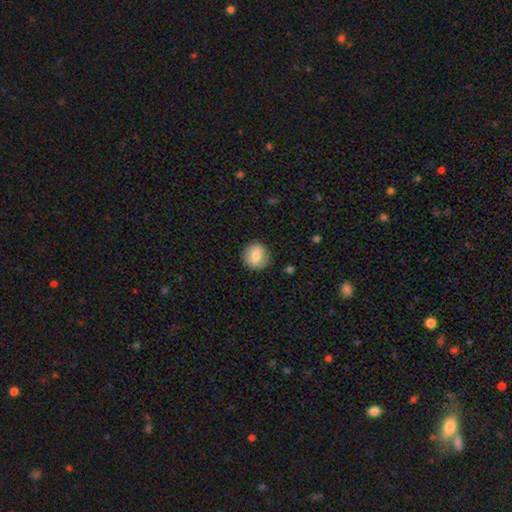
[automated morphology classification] type=smooth (76%); roundness=round (90%); merging=none (88%).